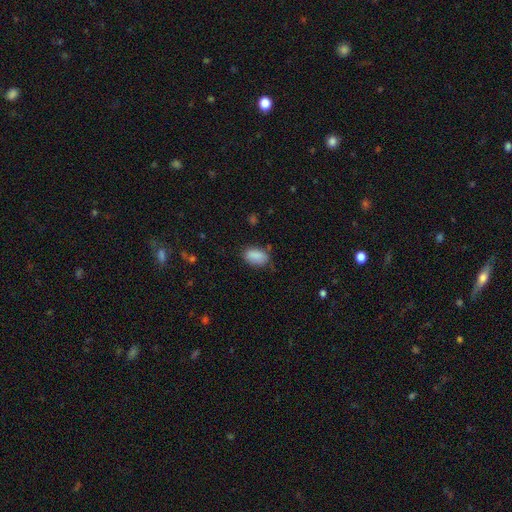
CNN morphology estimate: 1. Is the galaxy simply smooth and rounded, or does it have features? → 88% smooth, 8% star or artifact, 5% featured or disk.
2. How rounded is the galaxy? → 90% in between, 8% round, 2% cigar-shaped.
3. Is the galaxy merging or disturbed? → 71% none, 22% minor disturbance, 5% major disturbance, 2% merger.